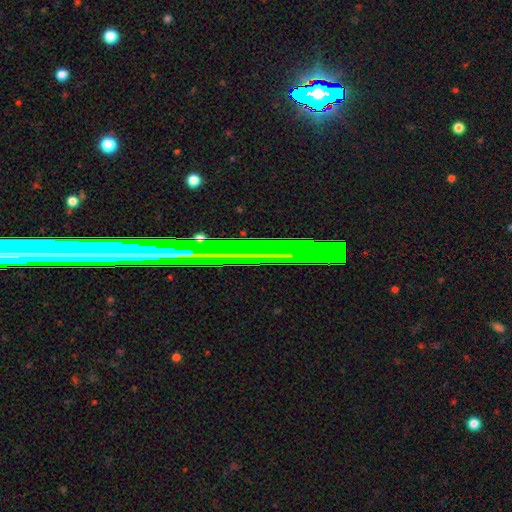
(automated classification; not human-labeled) smooth_or_featured: star or artifact (p=0.51) [alt: featured or disk p=0.33]